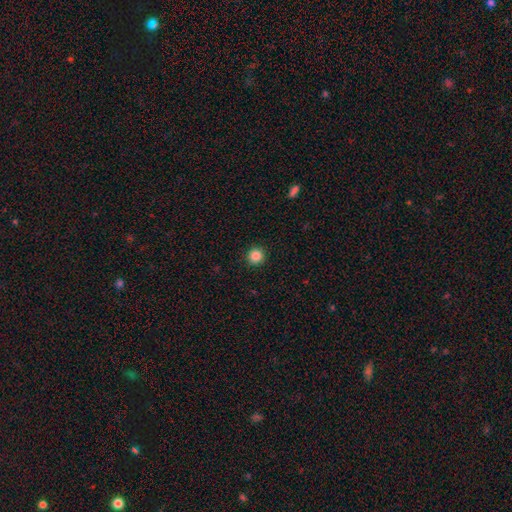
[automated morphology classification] A smooth galaxy with no disk features (86%) that is round (96%).

Vote fractions:
- Smooth or featured? smooth: 86% / star or artifact: 11% / featured or disk: 3%
- How rounded? round: 96% / in between: 3% / cigar-shaped: 1%
- Merging? none: 93% / minor disturbance: 5% / major disturbance: 2% / merger: 1%